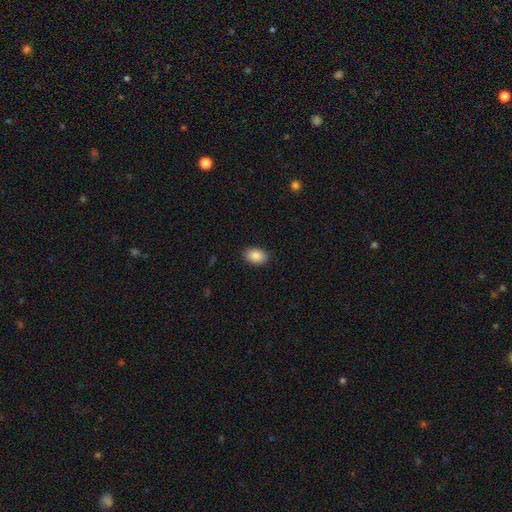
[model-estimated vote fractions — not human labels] A smooth galaxy with no disk features (87%) that is in between round and cigar-shaped (86%).

Vote fractions:
- Smooth or featured? smooth: 87% / star or artifact: 7% / featured or disk: 6%
- How rounded? in between: 86% / round: 13% / cigar-shaped: 1%
- Merging? none: 88% / minor disturbance: 9% / major disturbance: 2% / merger: 1%